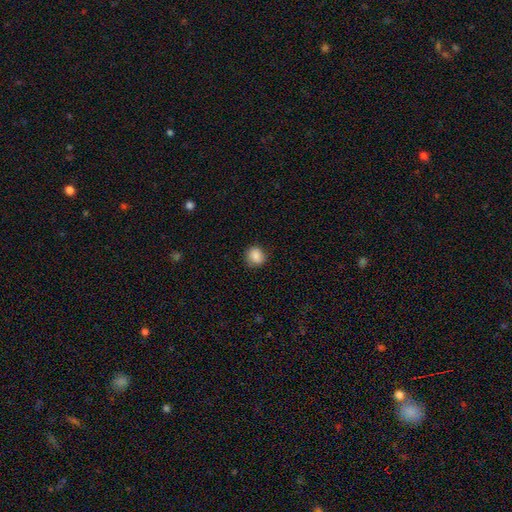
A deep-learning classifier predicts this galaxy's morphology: Smooth or featured?
  - smooth: 87% *
  - star or artifact: 9%
  - featured or disk: 4%
How rounded?
  - round: 86% *
  - in between: 13%
  - cigar-shaped: 1%
Merging?
  - none: 85% *
  - minor disturbance: 11%
  - major disturbance: 3%
  - merger: 1%